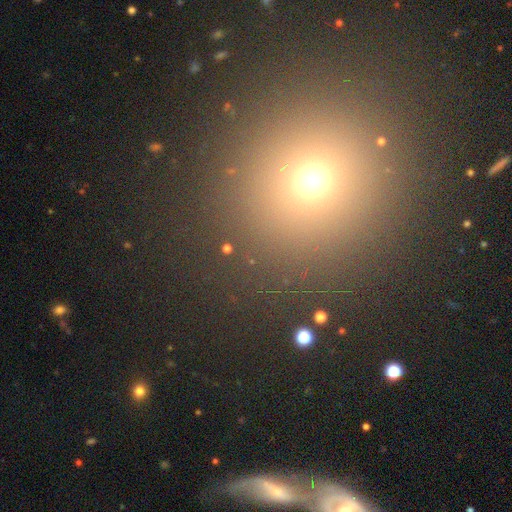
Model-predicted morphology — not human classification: smooth-or-featured: smooth: 58% | star or artifact: 33% | featured or disk: 9%
  how-rounded: round: 91% | in between: 7% | cigar-shaped: 1%
  merging: none: 86% | minor disturbance: 6% | merger: 4% | major disturbance: 3%